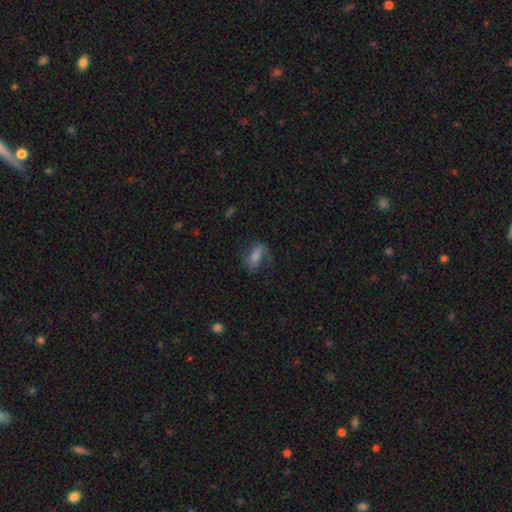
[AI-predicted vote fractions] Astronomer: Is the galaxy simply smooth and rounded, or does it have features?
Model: smooth — 51% (runner-up: featured or disk, 35%).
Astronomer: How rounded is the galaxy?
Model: in between — 75%.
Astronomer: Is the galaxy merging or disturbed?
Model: none — 55%.